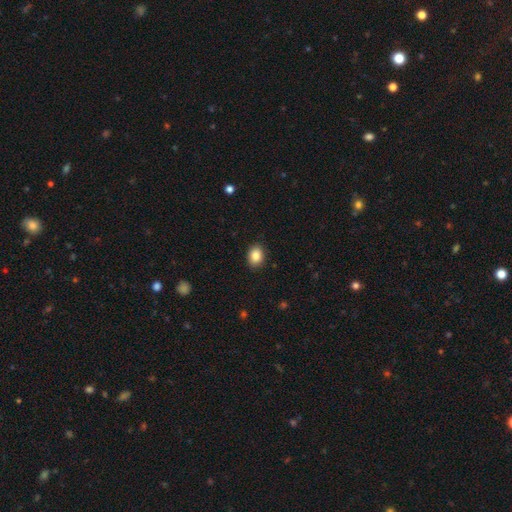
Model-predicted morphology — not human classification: This is clearly a smooth galaxy (87%). How rounded: likely in between (65%). Merging: clearly none (89%).